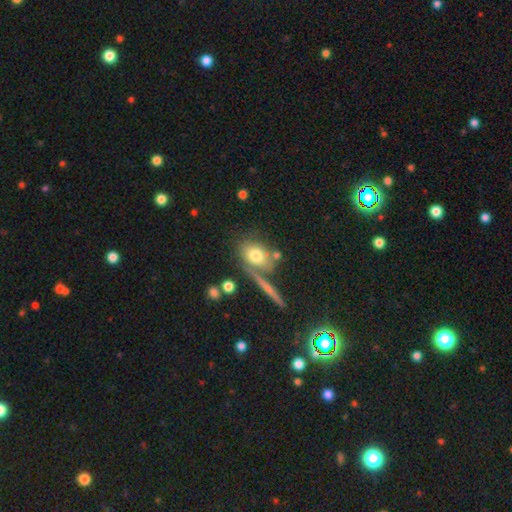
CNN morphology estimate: A smooth galaxy with no disk features (71%) that is in between round and cigar-shaped (57%).

Vote fractions:
- Smooth or featured? smooth: 71% / featured or disk: 19% / star or artifact: 10%
- How rounded? in between: 57% / round: 37% / cigar-shaped: 6%
- Merging? none: 57% / merger: 20% / minor disturbance: 15% / major disturbance: 8%